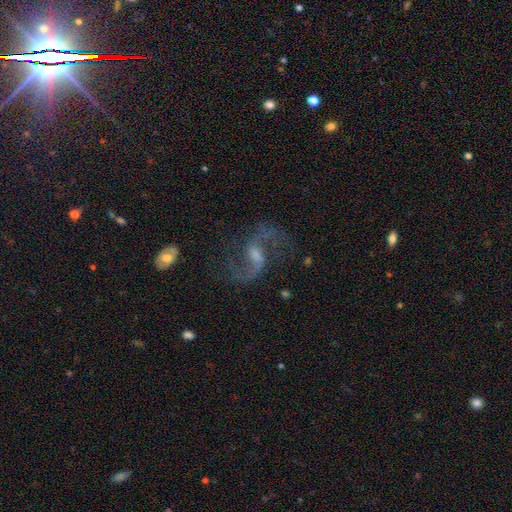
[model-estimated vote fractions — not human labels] A featured or disk galaxy (89%) with a weak bar (59%), 2 (93%) loose (68%) spiral arms (96%) and a moderate central bulge (37%).

Vote fractions:
- Smooth or featured? featured or disk: 89% / star or artifact: 6% / smooth: 5%
- Edge-on disk? no: 98% / yes: 2%
- Bar? weak: 59% / no: 21% / strong: 20%
- Spiral arms? yes: 96% / no: 4%
- Spiral winding? loose: 68% / medium: 28% / tight: 4%
- Spiral arm count? 2: 93% / 1: 2% / can't tell: 2% / 3: 1% / 4: 1% / more than 4: 1%
- Bulge size? moderate: 37% / small: 35% / none: 20% / large: 8% / dominant: 1%
- Merging? none: 70% / minor disturbance: 14% / major disturbance: 13% / merger: 3%